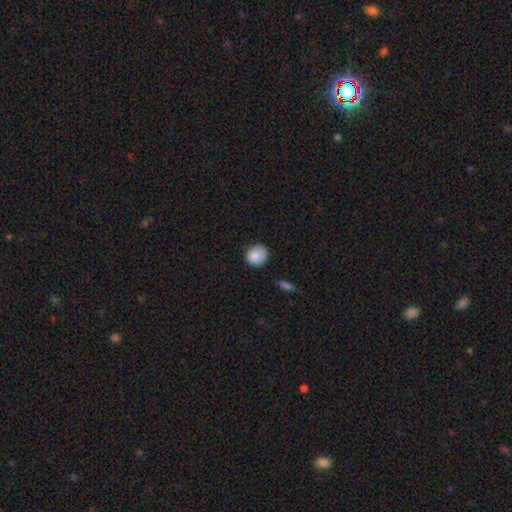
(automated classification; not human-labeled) Morphology: type=smooth (87%); roundness=round (82%); merging=none (76%).